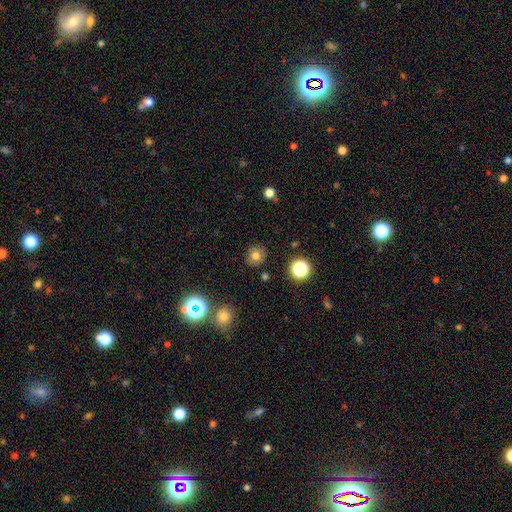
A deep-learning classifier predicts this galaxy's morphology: smooth 75%, star or artifact 16%, featured or disk 10%. Down the decision tree: how rounded — round (88%); merging — none (87%).